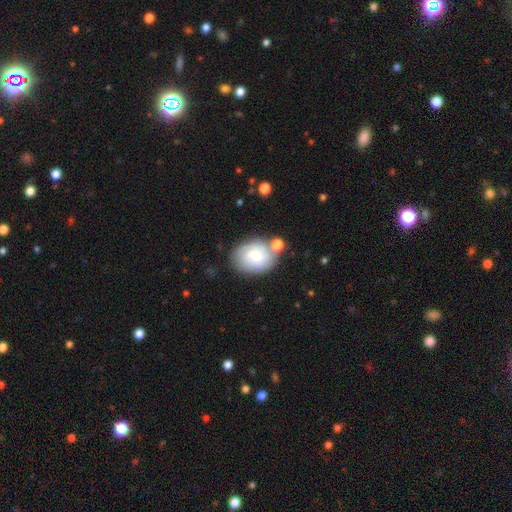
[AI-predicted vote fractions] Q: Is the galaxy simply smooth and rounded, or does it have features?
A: smooth — 47%.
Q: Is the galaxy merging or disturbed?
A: none — 59%.